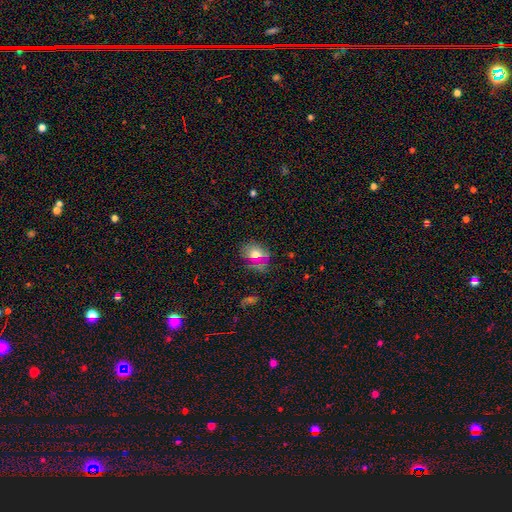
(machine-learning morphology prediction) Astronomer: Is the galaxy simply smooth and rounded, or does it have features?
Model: smooth — 65%.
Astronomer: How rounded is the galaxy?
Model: in between — 58% (runner-up: round, 41%).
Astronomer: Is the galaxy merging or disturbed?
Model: none — 56%.